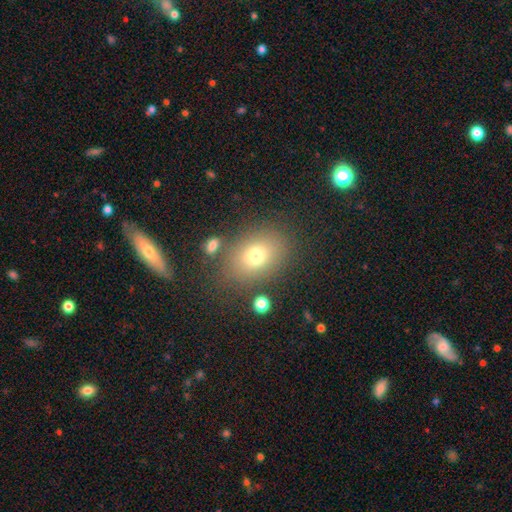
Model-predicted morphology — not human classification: A smooth galaxy with no disk features (74%) that is in between round and cigar-shaped (66%). Merging: none (78%).